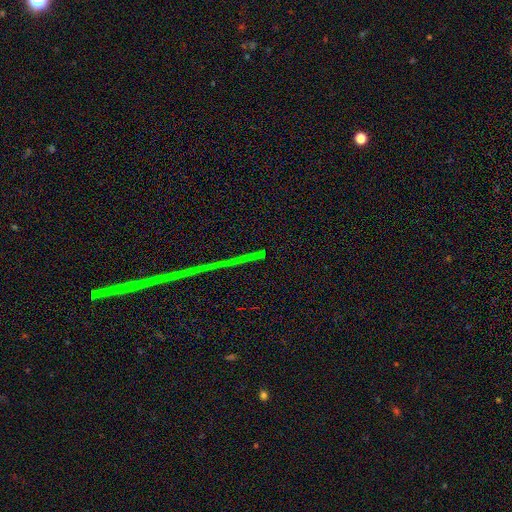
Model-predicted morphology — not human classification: This appears to be a star or artifact, not a galaxy (80%).